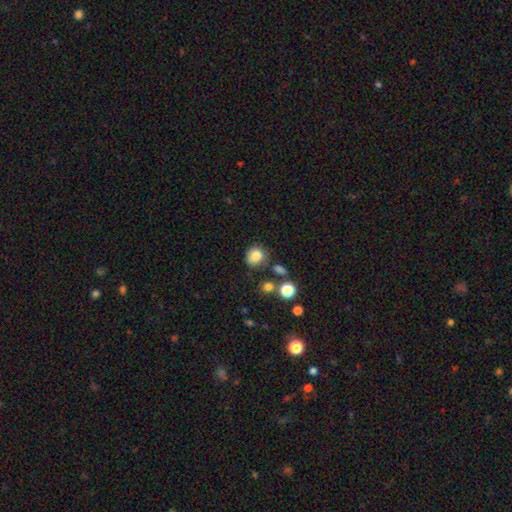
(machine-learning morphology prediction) smooth_or_featured: smooth (p=0.84) [alt: star or artifact p=0.10]
how_rounded: round (p=0.81) [alt: in between p=0.18]
merging: none (p=0.71) [alt: minor disturbance p=0.17]